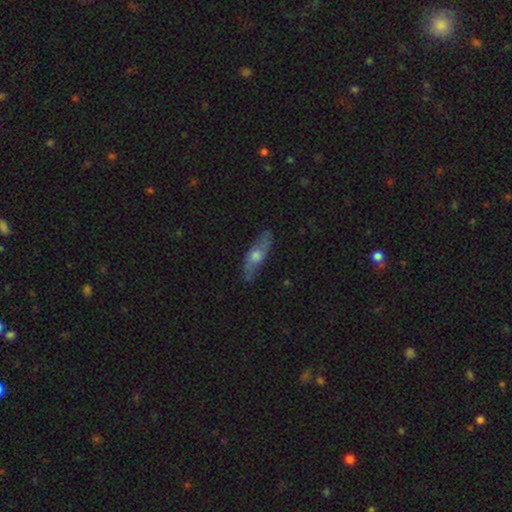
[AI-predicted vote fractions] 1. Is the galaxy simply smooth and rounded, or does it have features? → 52% featured or disk, 42% smooth, 6% star or artifact.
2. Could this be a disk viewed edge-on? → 56% yes, 44% no.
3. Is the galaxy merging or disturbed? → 81% none, 15% minor disturbance, 3% major disturbance, 1% merger.